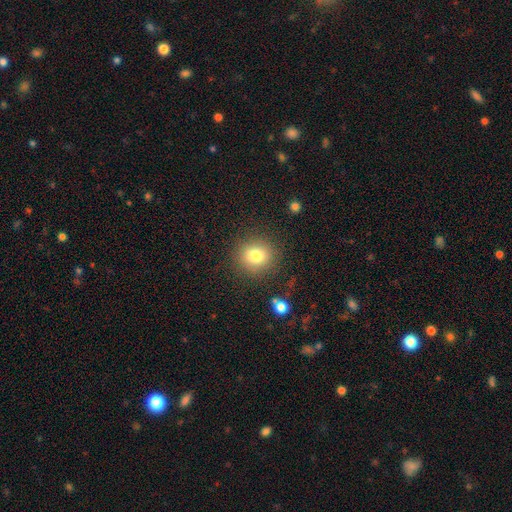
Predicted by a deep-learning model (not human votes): The model was most divided on "smooth or featured": smooth: 79%, star or artifact: 12%, featured or disk: 9%. More confident: how rounded — round (87%); merging — none (86%).